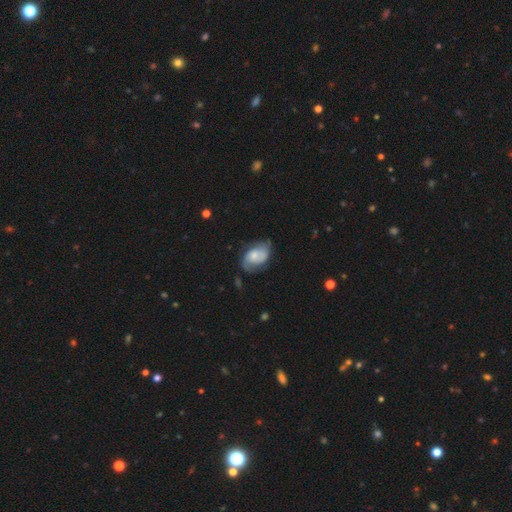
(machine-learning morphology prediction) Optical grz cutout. It shows a featured or disk galaxy (60%) with no bar (66%), 2 (78%) medium (42%) spiral arms (87%) and a small central bulge (48%). Merging: none (59%).